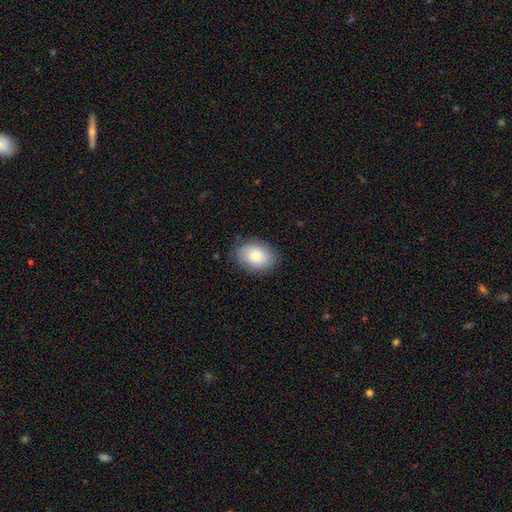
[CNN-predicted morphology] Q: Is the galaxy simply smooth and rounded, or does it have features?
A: smooth — 76%.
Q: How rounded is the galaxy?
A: in between — 75%.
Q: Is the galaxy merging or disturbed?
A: none — 82%.